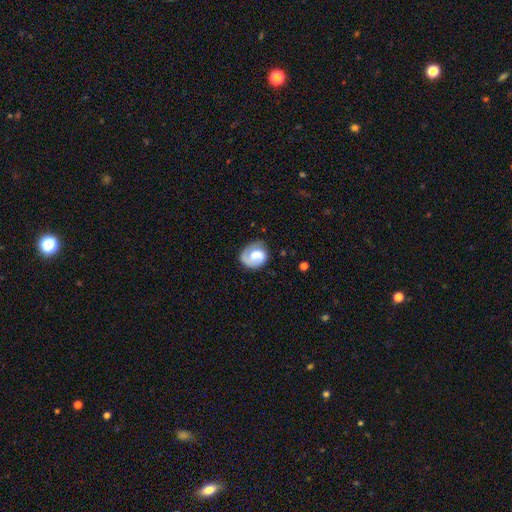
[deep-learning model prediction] This appears to be a featured or disk galaxy (54%) with no bar (49%), spiral arms (85%) and a moderate central bulge (39%). Merging: none (64%).